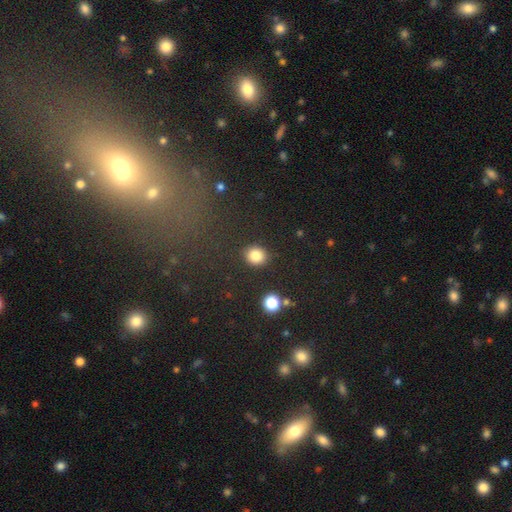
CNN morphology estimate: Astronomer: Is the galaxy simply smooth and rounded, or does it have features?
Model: smooth — 84%.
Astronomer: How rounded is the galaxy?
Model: round — 78%.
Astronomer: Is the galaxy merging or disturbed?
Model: none — 89%.